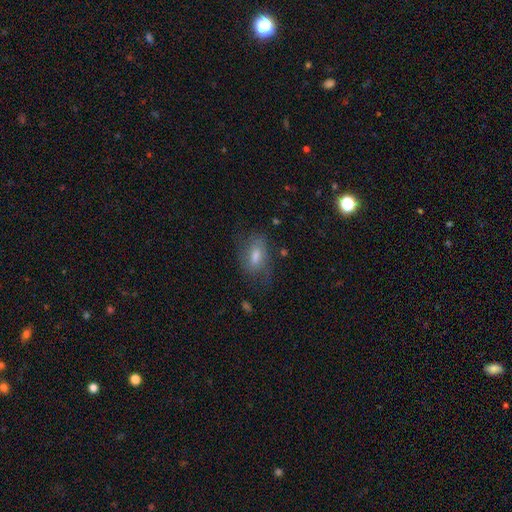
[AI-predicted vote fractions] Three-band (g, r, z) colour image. It shows a smooth galaxy with no disk features (44%). Merging: none (61%).